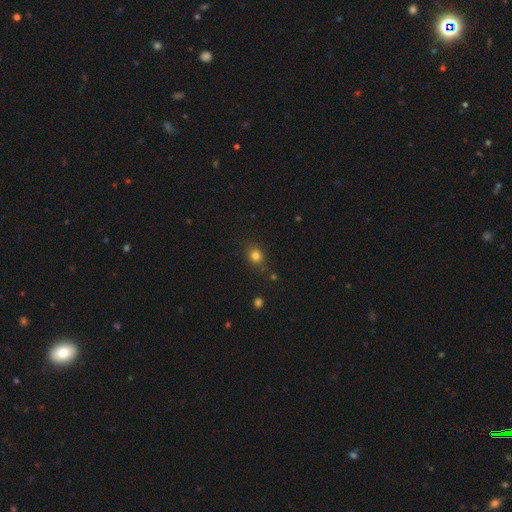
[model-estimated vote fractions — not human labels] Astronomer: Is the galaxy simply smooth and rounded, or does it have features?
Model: smooth — 79%.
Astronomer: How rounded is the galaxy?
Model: round — 70%.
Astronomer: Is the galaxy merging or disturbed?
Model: none — 78%.